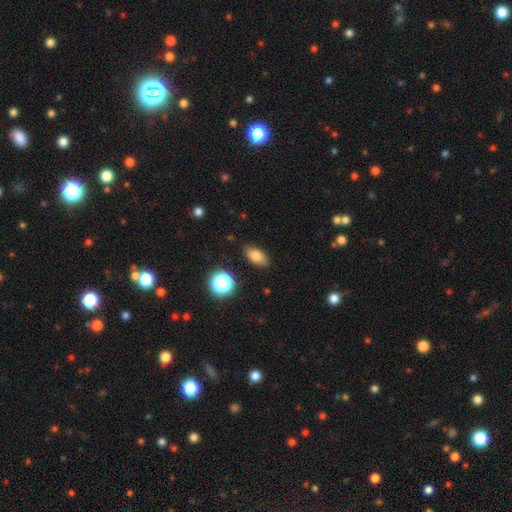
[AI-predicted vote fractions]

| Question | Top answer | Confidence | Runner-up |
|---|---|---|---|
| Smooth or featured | smooth | 79% | star or artifact (11%) |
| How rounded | in between | 85% | round (9%) |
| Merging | none | 84% | minor disturbance (12%) |